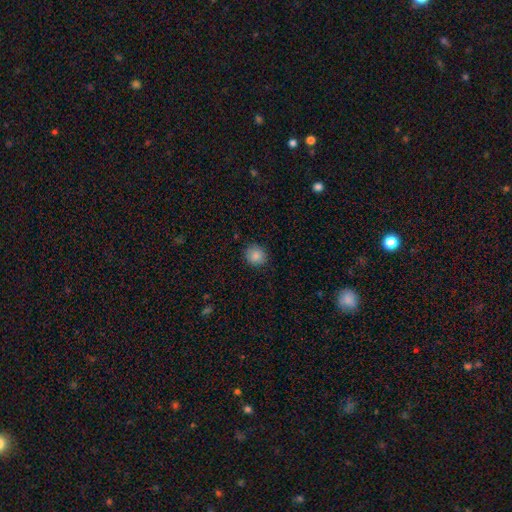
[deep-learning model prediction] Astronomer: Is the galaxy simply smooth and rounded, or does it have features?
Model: smooth — 87%.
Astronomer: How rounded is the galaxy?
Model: round — 89%.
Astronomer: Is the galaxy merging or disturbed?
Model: none — 89%.